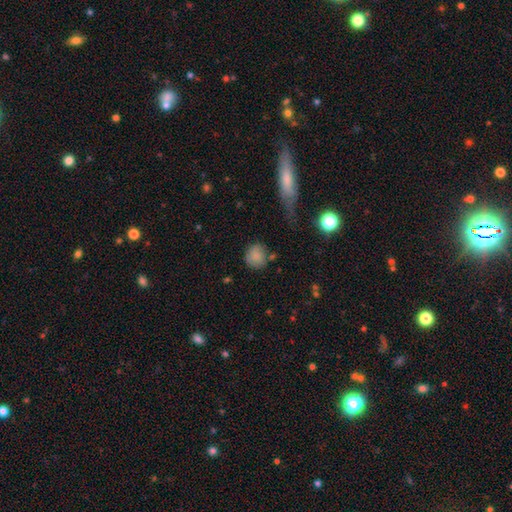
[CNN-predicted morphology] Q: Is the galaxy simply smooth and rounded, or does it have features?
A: smooth — 82%.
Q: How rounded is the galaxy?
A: round — 81%.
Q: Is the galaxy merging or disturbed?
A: none — 69%.